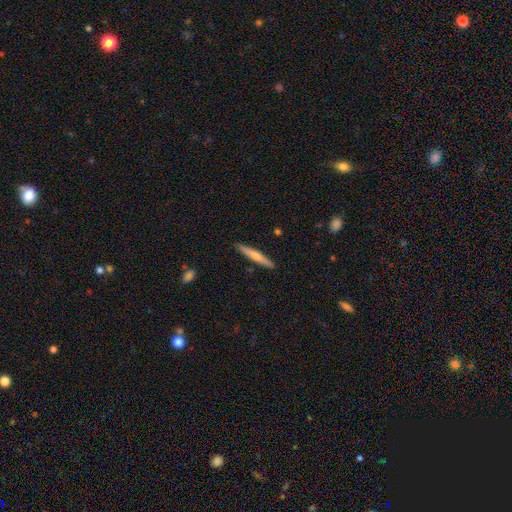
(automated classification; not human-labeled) Smooth or featured? smooth (53%)
How rounded? cigar-shaped (95%)
Merging? none (91%)